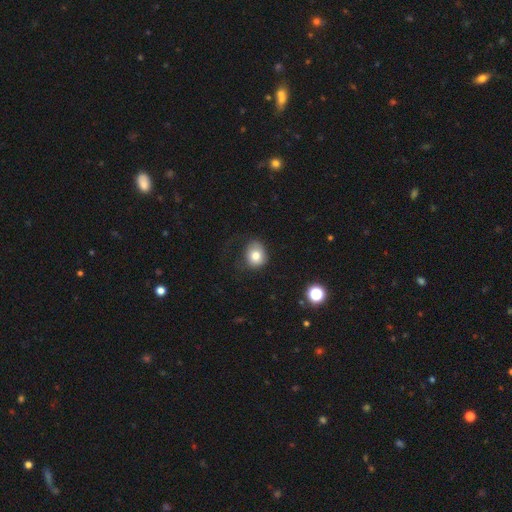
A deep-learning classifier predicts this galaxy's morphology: A smooth galaxy with no disk features (78%) that is round (63%). Merging: none (60%).